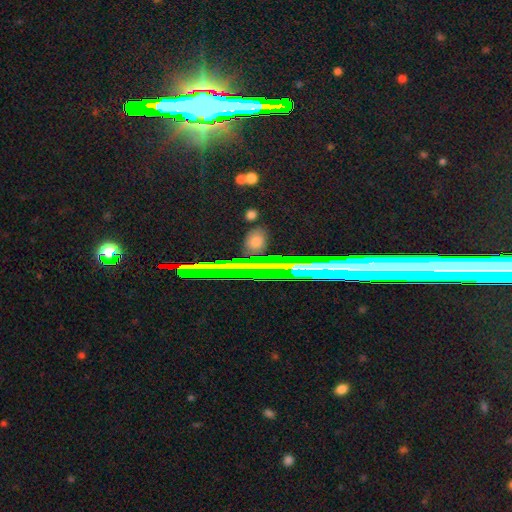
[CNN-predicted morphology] This is likely a star or artifact rather than a galaxy (70%).